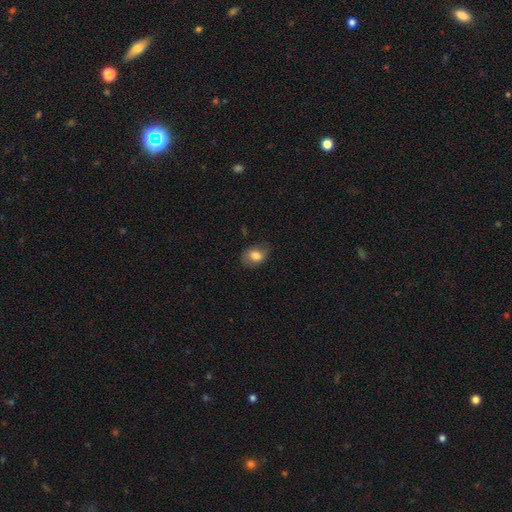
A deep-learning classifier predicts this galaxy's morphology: This is likely a smooth galaxy (77%). How rounded: likely in between (68%). Merging: likely none (67%).